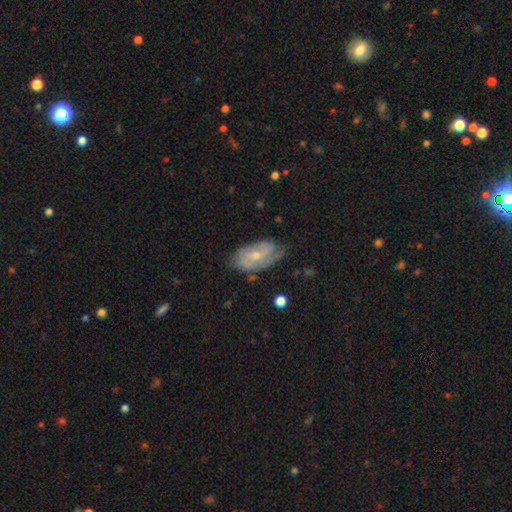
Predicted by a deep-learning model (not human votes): The model was most divided on "bulge size": small: 52%, moderate: 42%, none: 3%, large: 2%, dominant: 1%. Remaining: edge-on disk — no (95%); spiral arms — yes (91%); smooth or featured — featured or disk (72%); merging — none (66%); bar — no (55%); spiral winding — tight (53%); spiral arm count — 2 (47%).